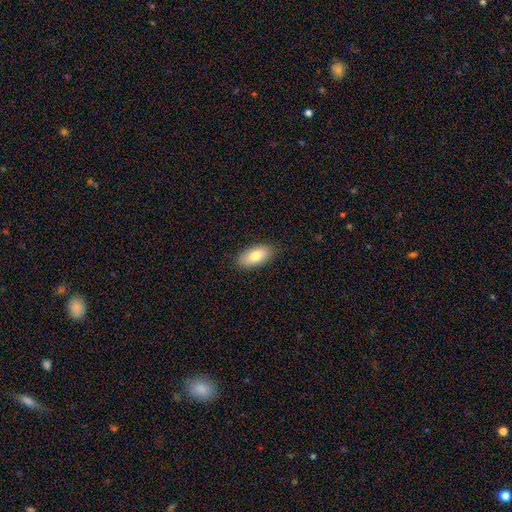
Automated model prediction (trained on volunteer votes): smooth 79%, featured or disk 14%, star or artifact 7%. Down the decision tree: how rounded — in between (90%); merging — none (87%).